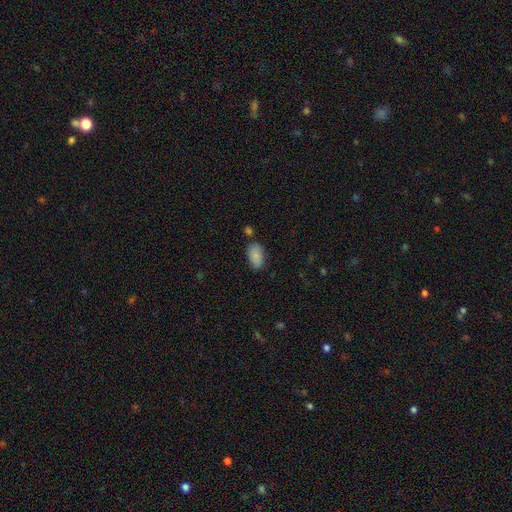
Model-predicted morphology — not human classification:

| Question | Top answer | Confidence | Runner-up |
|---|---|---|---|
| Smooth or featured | smooth | 86% | star or artifact (7%) |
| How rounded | in between | 94% | round (4%) |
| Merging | none | 74% | minor disturbance (16%) |